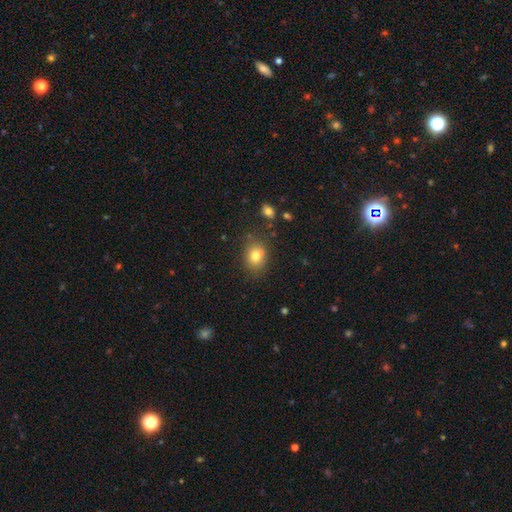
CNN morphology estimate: Smooth or featured?
  - smooth: 75% *
  - star or artifact: 13%
  - featured or disk: 12%
How rounded?
  - round: 54% *
  - in between: 45%
  - cigar-shaped: 1%
Merging?
  - none: 67% *
  - merger: 14%
  - minor disturbance: 14%
  - major disturbance: 4%